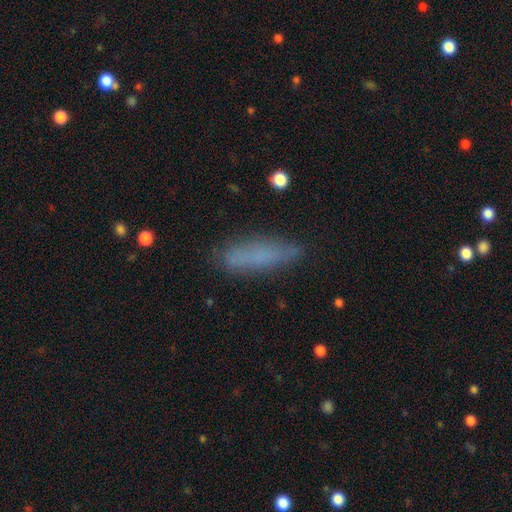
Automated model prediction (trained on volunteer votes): Morphology: type=smooth (74%); roundness=cigar-shaped (65%); merging=none (82%).